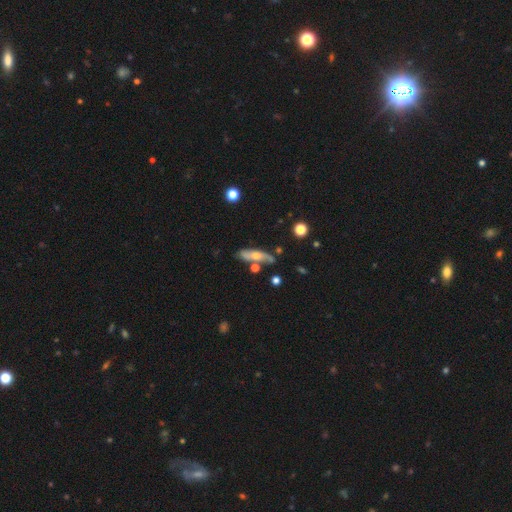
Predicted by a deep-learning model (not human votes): Smooth or featured? featured or disk (52%)
Edge-on disk? yes (63%)
Merging? none (64%)